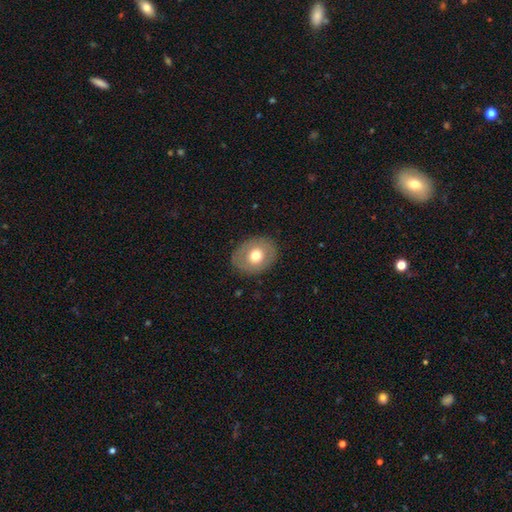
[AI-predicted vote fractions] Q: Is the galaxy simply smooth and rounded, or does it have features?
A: smooth — 64%.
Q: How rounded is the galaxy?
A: round — 50%.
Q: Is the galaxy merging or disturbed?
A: none — 85%.